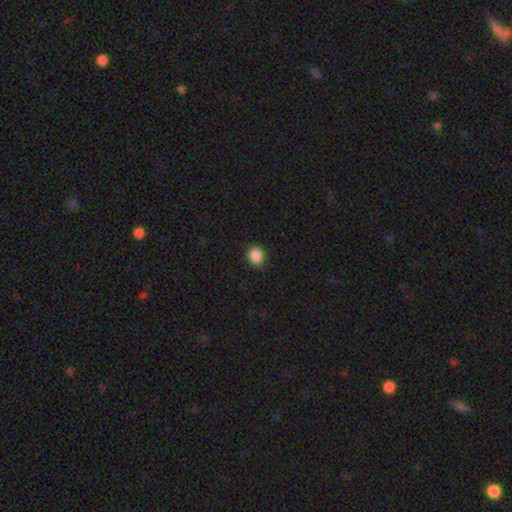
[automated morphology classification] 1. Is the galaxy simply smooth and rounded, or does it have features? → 88% smooth, 9% star or artifact, 3% featured or disk.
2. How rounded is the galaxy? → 62% round, 37% in between, 1% cigar-shaped.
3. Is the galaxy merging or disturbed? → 89% none, 8% minor disturbance, 2% major disturbance, 1% merger.